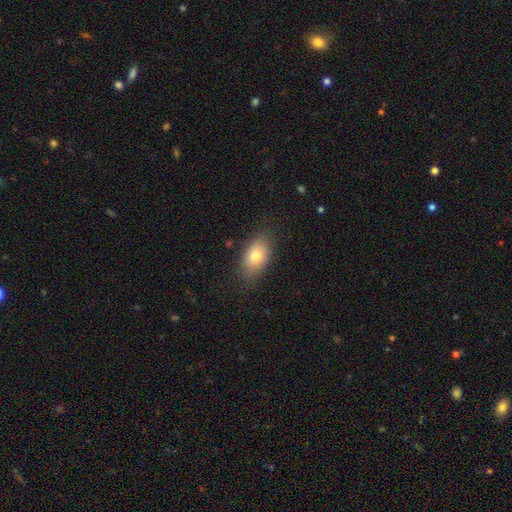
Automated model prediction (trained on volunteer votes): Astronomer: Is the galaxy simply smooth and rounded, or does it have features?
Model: smooth — 78%.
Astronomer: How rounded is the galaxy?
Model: in between — 87%.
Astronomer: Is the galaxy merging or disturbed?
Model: none — 79%.